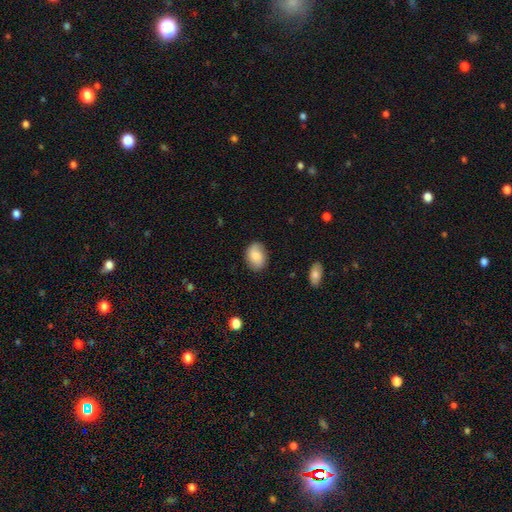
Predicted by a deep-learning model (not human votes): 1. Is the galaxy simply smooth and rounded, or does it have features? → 79% smooth, 14% featured or disk, 7% star or artifact.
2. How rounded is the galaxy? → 76% in between, 22% round, 1% cigar-shaped.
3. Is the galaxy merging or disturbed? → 82% none, 14% minor disturbance, 3% major disturbance, 1% merger.